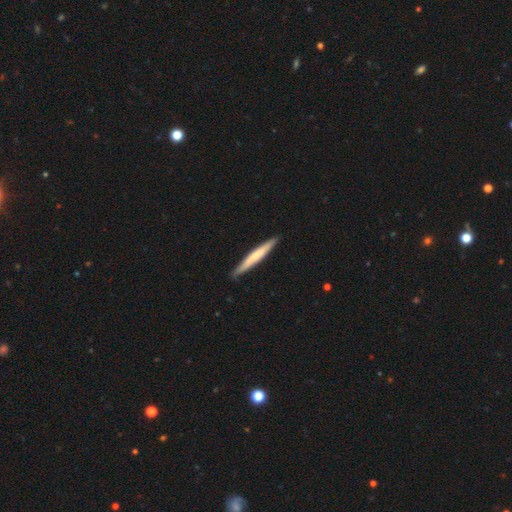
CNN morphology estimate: Overall: smooth (57%; featured or disk 38%). How rounded: cigar-shaped (96%). Merging: none (90%).